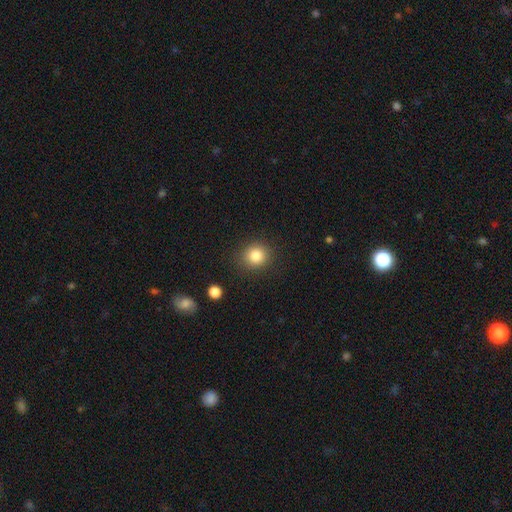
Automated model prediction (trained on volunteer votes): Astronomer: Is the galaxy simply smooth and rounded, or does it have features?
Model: smooth — 83%.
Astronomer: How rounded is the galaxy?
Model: round — 82%.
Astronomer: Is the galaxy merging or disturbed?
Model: none — 87%.